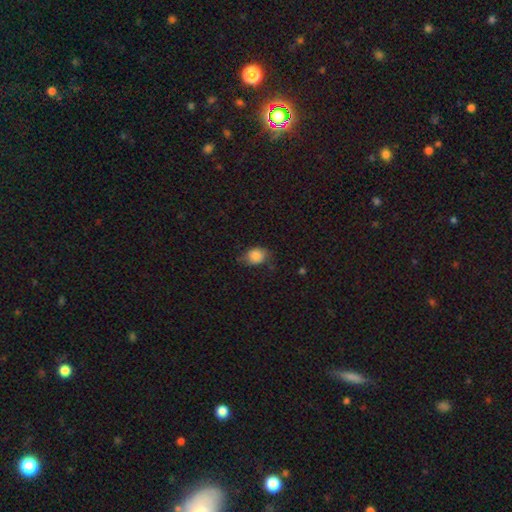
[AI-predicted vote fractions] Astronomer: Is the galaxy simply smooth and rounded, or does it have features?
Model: smooth — 83%.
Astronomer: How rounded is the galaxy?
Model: in between — 55% (runner-up: round, 44%).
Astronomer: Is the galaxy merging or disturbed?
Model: none — 59%.